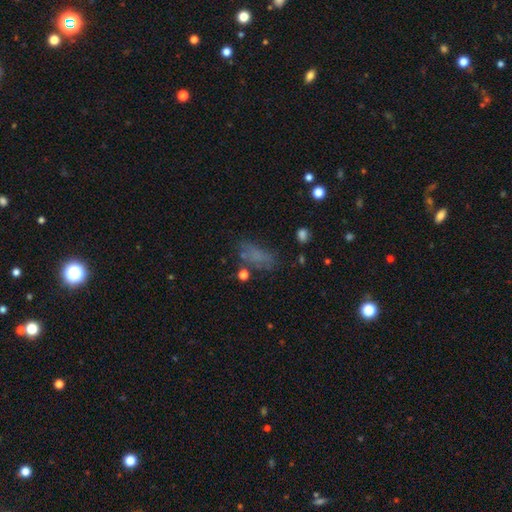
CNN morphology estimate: Smooth or featured?
  - smooth: 61% *
  - star or artifact: 20%
  - featured or disk: 19%
How rounded?
  - in between: 77% *
  - cigar-shaped: 16%
  - round: 7%
Merging?
  - none: 53% *
  - minor disturbance: 22%
  - major disturbance: 18%
  - merger: 6%